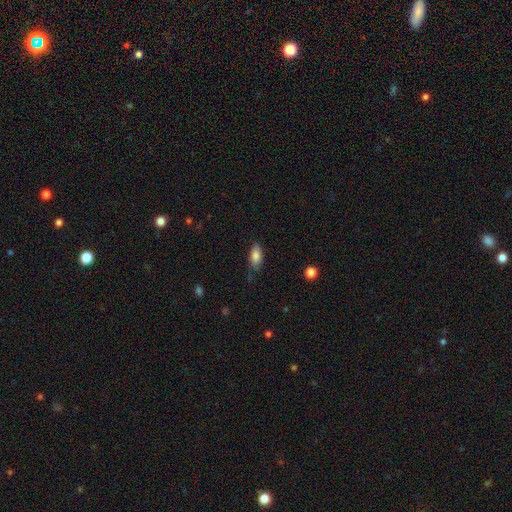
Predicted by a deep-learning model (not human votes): smooth_or_featured: smooth (p=0.82) [alt: featured or disk p=0.11]
how_rounded: in between (p=0.88) [alt: cigar-shaped p=0.08]
merging: none (p=0.72) [alt: minor disturbance p=0.22]